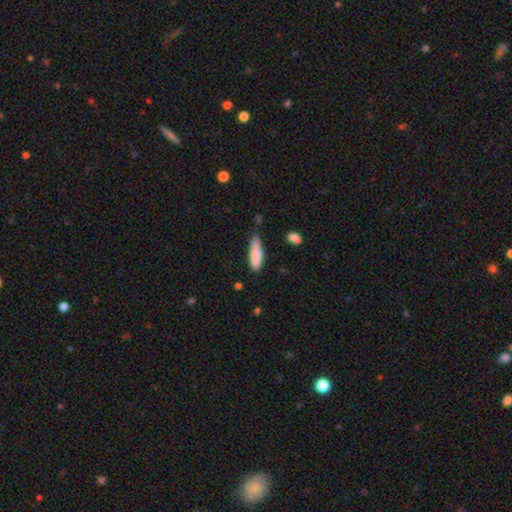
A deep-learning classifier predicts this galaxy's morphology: smooth 83%, featured or disk 10%, star or artifact 6%. Down the decision tree: how rounded — cigar-shaped (49%, tied with in between); merging — none (50%).